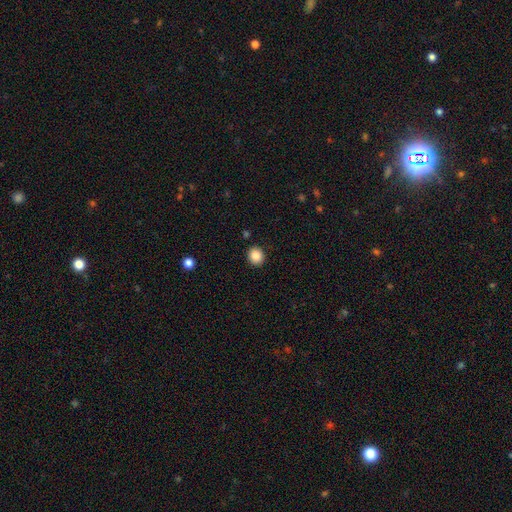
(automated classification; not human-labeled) A smooth galaxy with no disk features (88%) that is round (82%). Merging: none (90%).